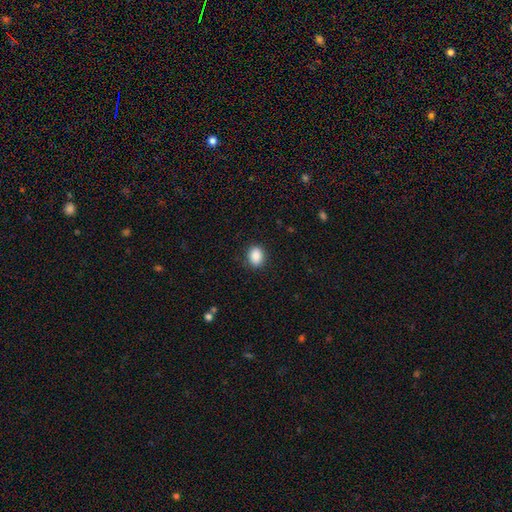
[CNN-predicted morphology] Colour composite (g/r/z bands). It shows a smooth galaxy with no disk features (88%) that is in between round and cigar-shaped (65%). Merging: none (88%).